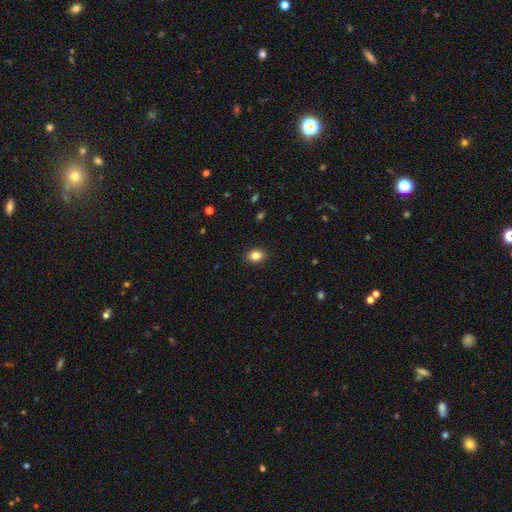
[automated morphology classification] Smooth or featured? Predicted: smooth (p=0.84). How rounded? Predicted: in between (p=0.66). Merging? Predicted: none (p=0.89).